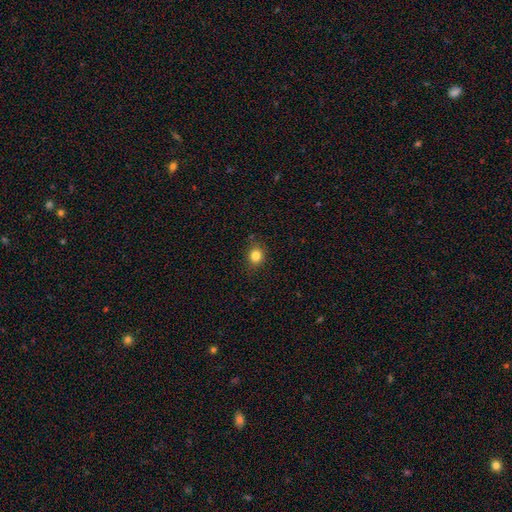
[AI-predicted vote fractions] This is clearly a smooth galaxy (83%). How rounded: likely round (75%). Merging: clearly none (85%).